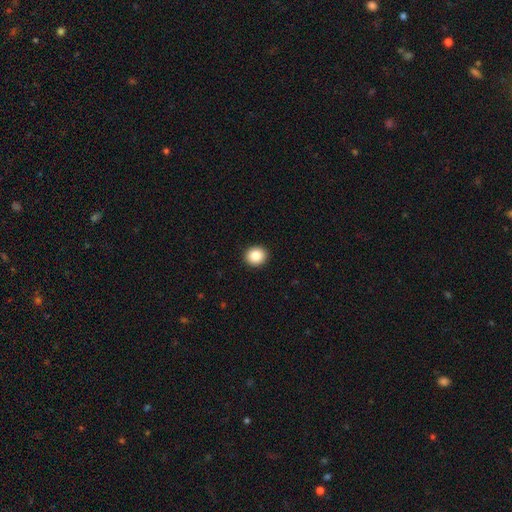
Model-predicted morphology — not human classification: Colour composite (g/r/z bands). It shows a smooth galaxy with no disk features (86%) that is round (82%). Merging: none (93%).